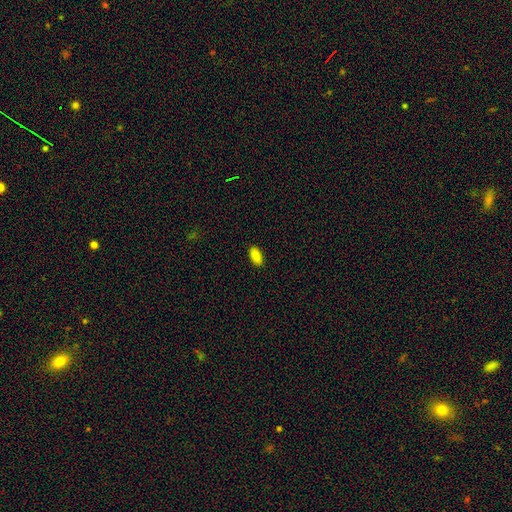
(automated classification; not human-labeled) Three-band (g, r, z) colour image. It shows a smooth galaxy with no disk features (88%) that is in between round and cigar-shaped (93%). Merging: none (89%).